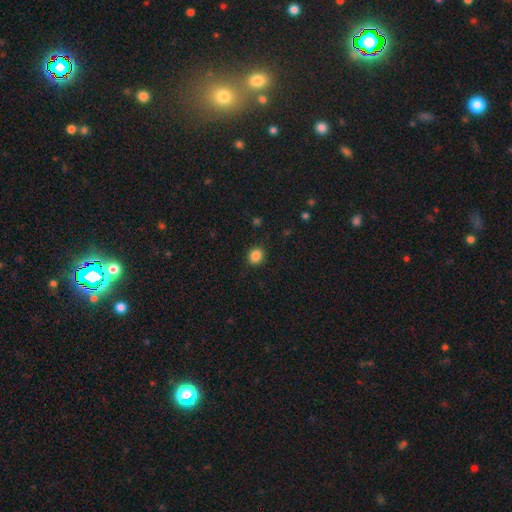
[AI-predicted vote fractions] smooth 86%, star or artifact 10%, featured or disk 4%. Down the decision tree: how rounded — round (74%); merging — none (90%).